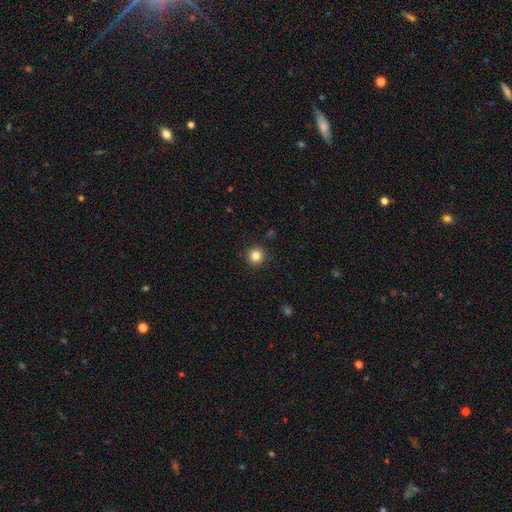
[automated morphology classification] smooth-or-featured: smooth: 84% | star or artifact: 12% | featured or disk: 5%
  how-rounded: round: 95% | in between: 4% | cigar-shaped: 1%
  merging: none: 92% | minor disturbance: 5% | major disturbance: 2% | merger: 1%